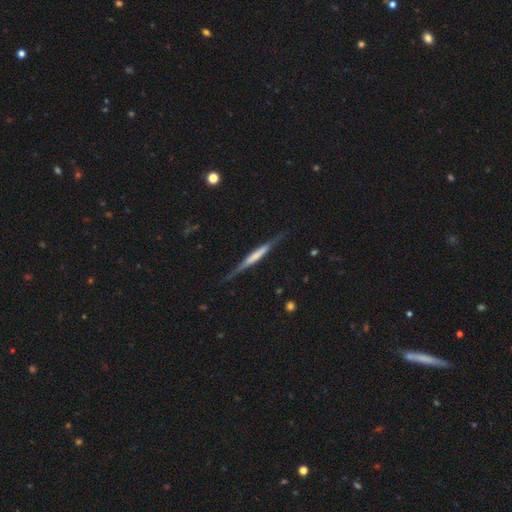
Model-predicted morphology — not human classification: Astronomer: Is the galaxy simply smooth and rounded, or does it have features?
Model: featured or disk — 57% (runner-up: smooth, 37%).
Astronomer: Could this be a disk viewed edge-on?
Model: yes — 95%.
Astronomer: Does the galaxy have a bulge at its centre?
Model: none — 51% (runner-up: boxy, 30%).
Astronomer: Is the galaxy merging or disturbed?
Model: none — 79%.